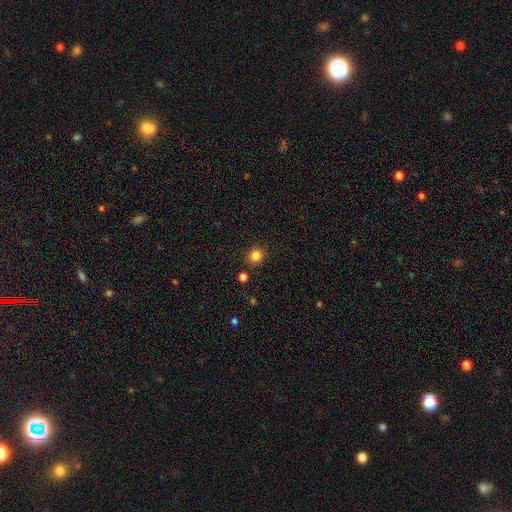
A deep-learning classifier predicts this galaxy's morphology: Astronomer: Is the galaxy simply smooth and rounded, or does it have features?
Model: smooth — 83%.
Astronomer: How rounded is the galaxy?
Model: round — 89%.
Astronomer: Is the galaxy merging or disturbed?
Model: none — 88%.